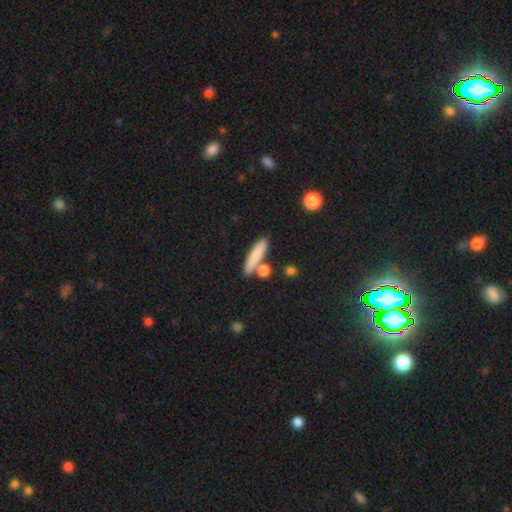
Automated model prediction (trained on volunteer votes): Morphology: type=smooth (80%); roundness=cigar-shaped (78%); merging=none (72%).